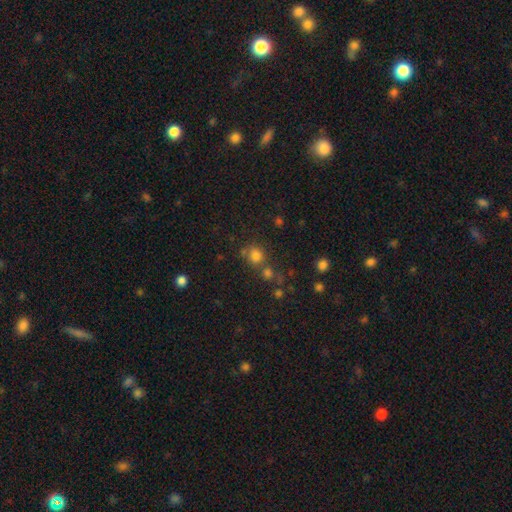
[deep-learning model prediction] Smooth or featured?
  - smooth: 75% *
  - star or artifact: 17%
  - featured or disk: 8%
How rounded?
  - round: 83% *
  - in between: 16%
  - cigar-shaped: 1%
Merging?
  - none: 57% *
  - merger: 26%
  - minor disturbance: 11%
  - major disturbance: 6%